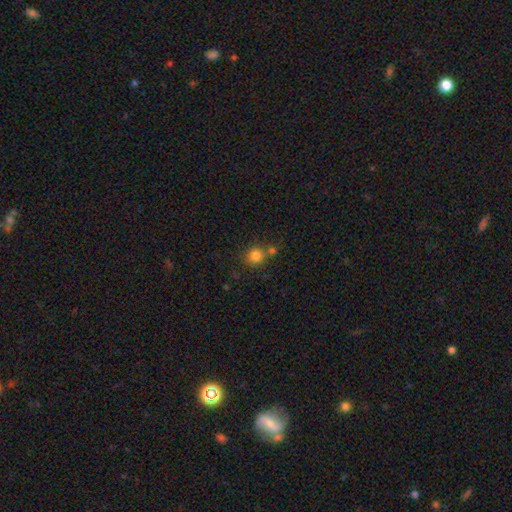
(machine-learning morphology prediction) Smooth or featured: smooth — 80% (star or artifact — 12%)
How rounded: round — 84% (in between — 15%)
Merging: none — 61% (merger — 23%)